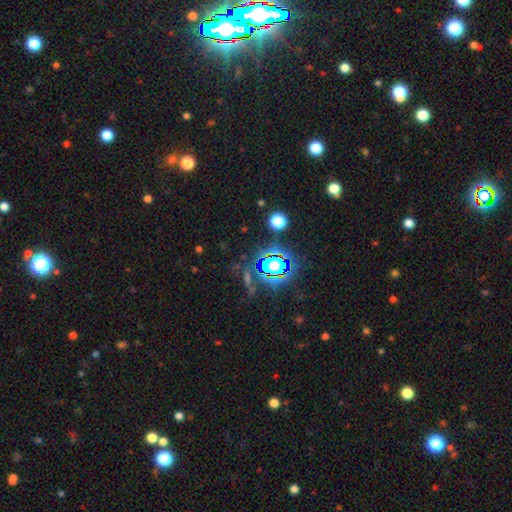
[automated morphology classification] type=star or artifact (81%).